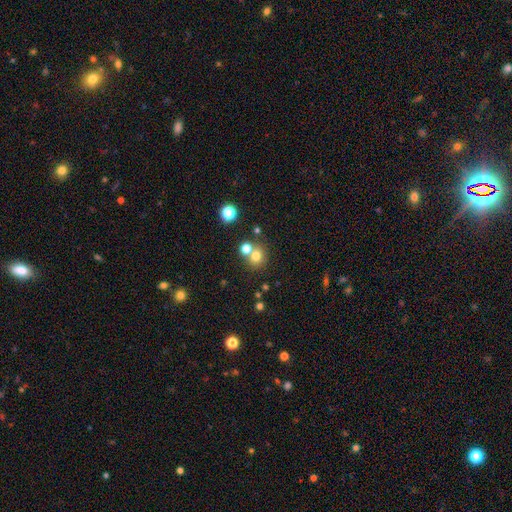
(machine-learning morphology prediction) A smooth galaxy with no disk features (73%) that is round (83%). Merging: none (56%).